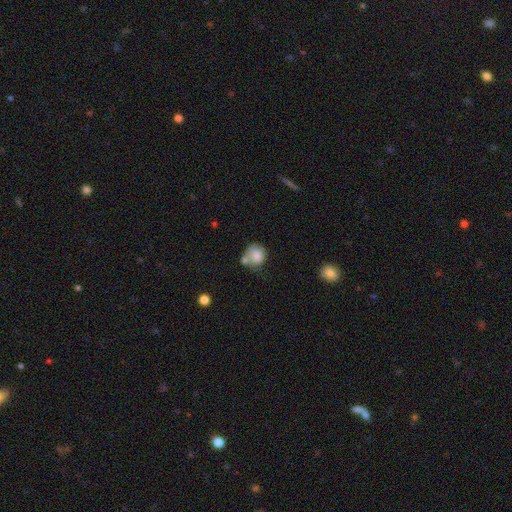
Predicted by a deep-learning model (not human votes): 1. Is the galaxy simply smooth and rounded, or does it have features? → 79% smooth, 13% featured or disk, 8% star or artifact.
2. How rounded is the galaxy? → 73% round, 26% in between, 1% cigar-shaped.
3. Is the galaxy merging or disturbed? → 40% none, 25% merger, 23% minor disturbance, 12% major disturbance.